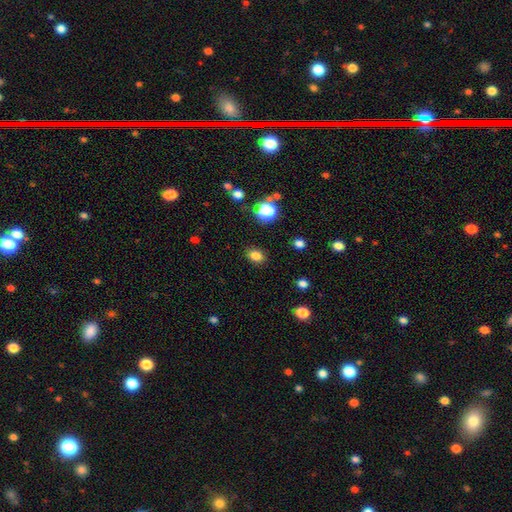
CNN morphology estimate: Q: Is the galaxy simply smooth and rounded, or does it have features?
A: smooth — 81%.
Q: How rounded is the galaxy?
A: in between — 64%.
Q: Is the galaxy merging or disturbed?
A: none — 86%.